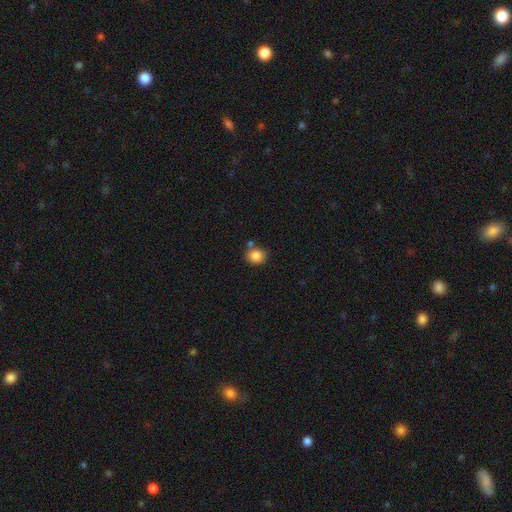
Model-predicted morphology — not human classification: This appears to be a smooth galaxy with no disk features (86%) that is round (72%). Merging: none (70%).